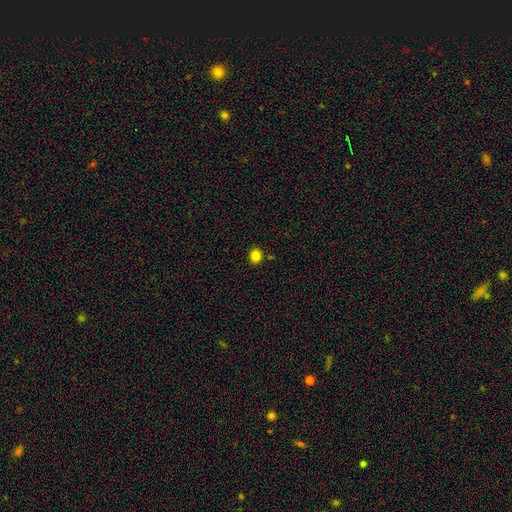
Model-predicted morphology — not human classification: Overall: smooth (84%). How rounded: round (69%; in between 30%). Merging: none (85%).